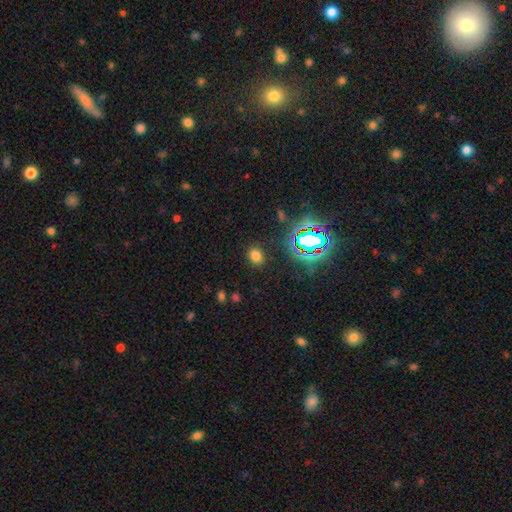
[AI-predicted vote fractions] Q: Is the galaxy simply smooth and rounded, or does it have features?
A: smooth — 71%.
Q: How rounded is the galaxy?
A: round — 53%.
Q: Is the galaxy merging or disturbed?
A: none — 87%.